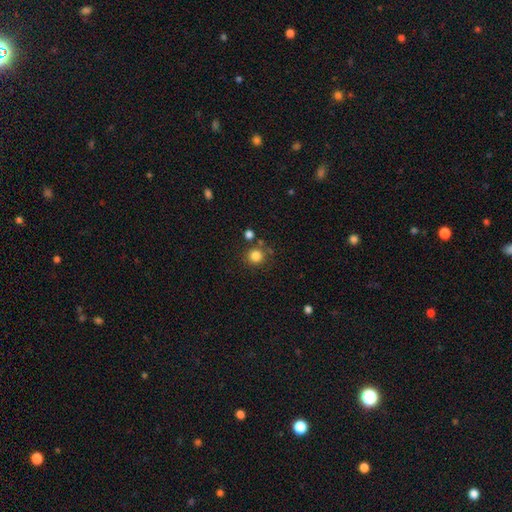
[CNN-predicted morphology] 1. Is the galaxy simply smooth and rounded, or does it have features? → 83% smooth, 12% star or artifact, 5% featured or disk.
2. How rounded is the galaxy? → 92% round, 7% in between, 1% cigar-shaped.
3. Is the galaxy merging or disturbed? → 78% none, 9% minor disturbance, 9% merger, 4% major disturbance.